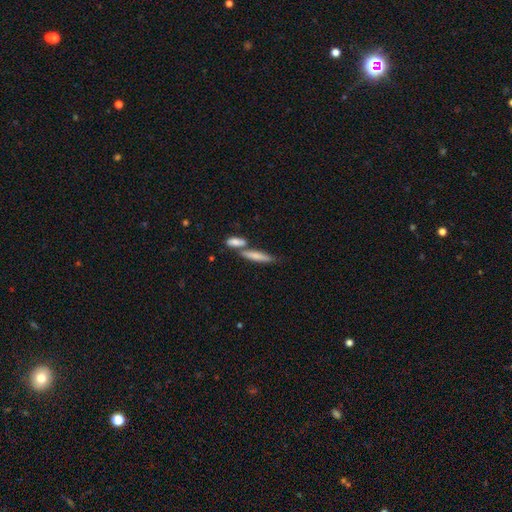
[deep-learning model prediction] Smooth or featured? smooth (70%)
How rounded? cigar-shaped (79%)
Merging? none (52%)